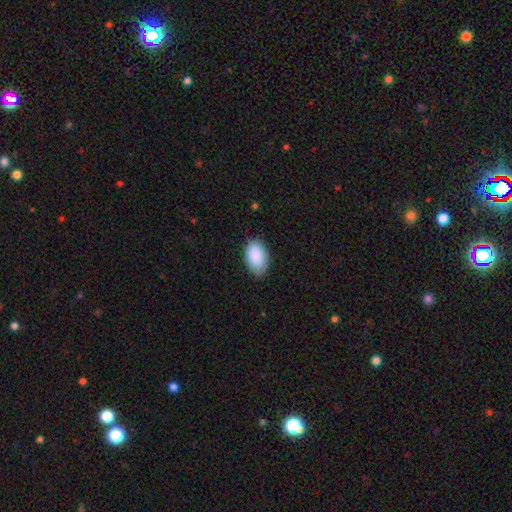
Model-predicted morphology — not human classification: This appears to be a smooth galaxy with no disk features (89%) that is in between round and cigar-shaped (94%). Merging: none (82%).